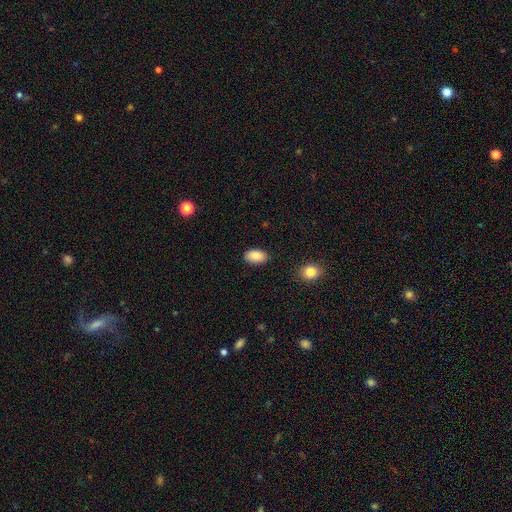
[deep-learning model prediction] Morphology: type=smooth (88%); roundness=in between (92%); merging=none (86%).